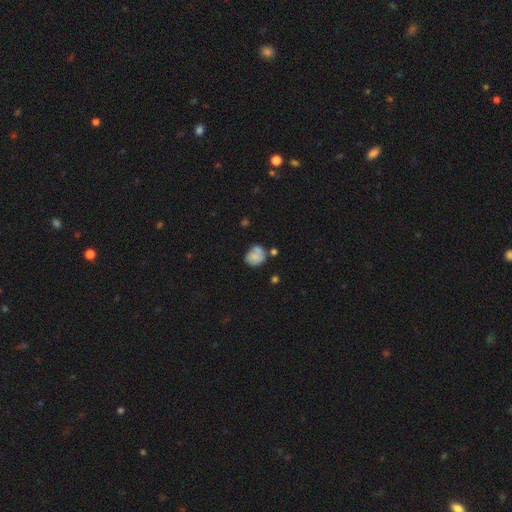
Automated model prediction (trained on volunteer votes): Overall: smooth (66%). How rounded: round (67%; in between 32%). Merging: none (45%; minor disturbance 25%).